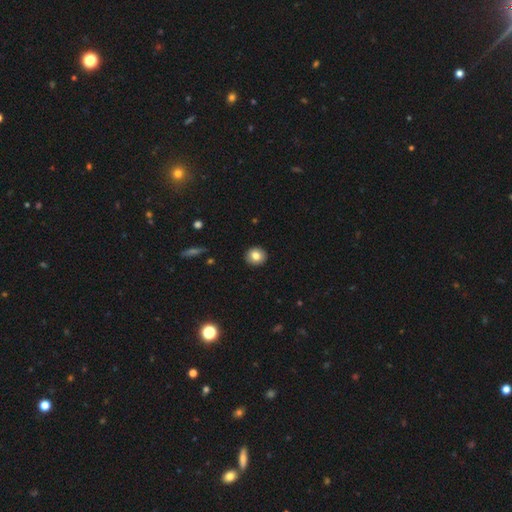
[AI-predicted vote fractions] A smooth galaxy with no disk features (79%) that is round (85%).

Vote fractions:
- Smooth or featured? smooth: 79% / featured or disk: 11% / star or artifact: 9%
- How rounded? round: 85% / in between: 14% / cigar-shaped: 1%
- Merging? none: 91% / minor disturbance: 6% / major disturbance: 2% / merger: 1%